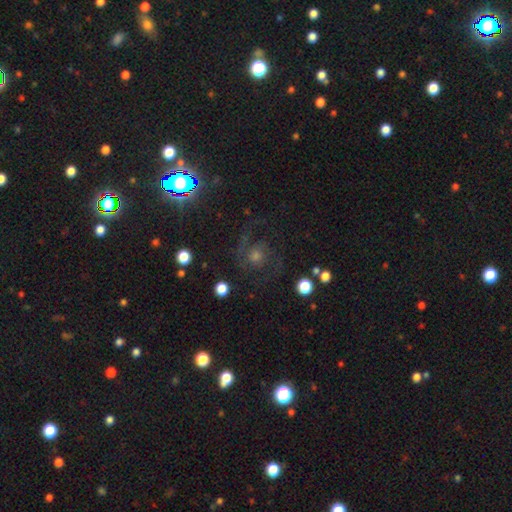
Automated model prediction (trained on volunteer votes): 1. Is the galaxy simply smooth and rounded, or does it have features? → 57% featured or disk, 23% star or artifact, 19% smooth.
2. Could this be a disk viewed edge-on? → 96% no, 4% yes.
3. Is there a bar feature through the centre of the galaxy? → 73% no, 22% weak, 5% strong.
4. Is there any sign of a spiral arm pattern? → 88% yes, 12% no.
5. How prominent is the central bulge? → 46% moderate, 31% small, 11% large, 9% none, 3% dominant.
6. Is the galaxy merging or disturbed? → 69% none, 15% major disturbance, 14% minor disturbance, 2% merger.